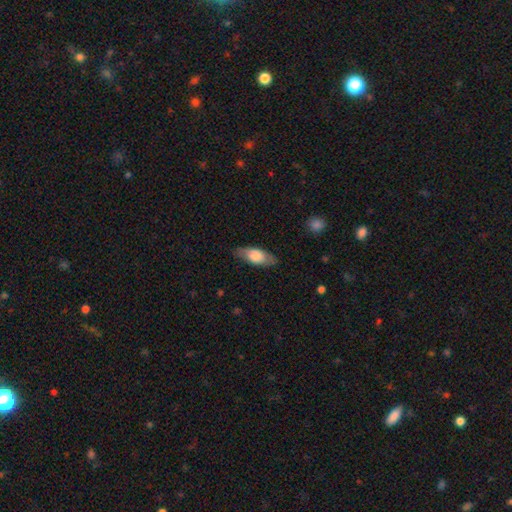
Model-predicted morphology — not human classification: smooth_or_featured: smooth (p=0.67) [alt: featured or disk p=0.28]
how_rounded: in between (p=0.79) [alt: cigar-shaped p=0.18]
merging: none (p=0.79) [alt: minor disturbance p=0.16]